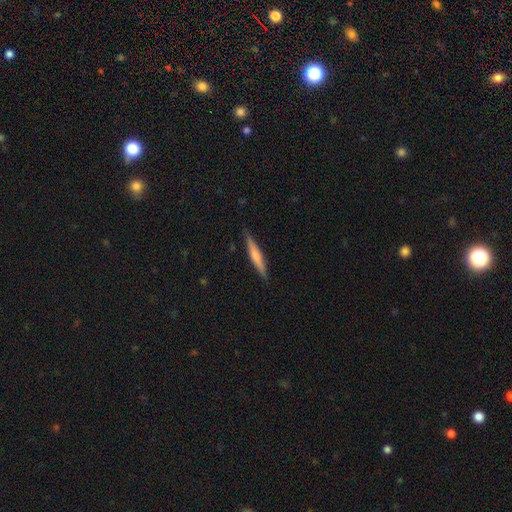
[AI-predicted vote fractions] Morphology: type=smooth (53%); roundness=cigar-shaped (93%); merging=none (89%).